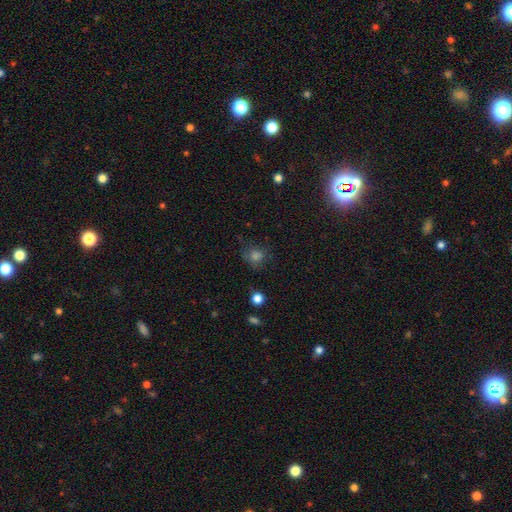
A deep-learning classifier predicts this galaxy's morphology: Smooth or featured? Predicted: smooth (p=0.68). How rounded? Predicted: round (p=0.80). Merging? Predicted: none (p=0.70).